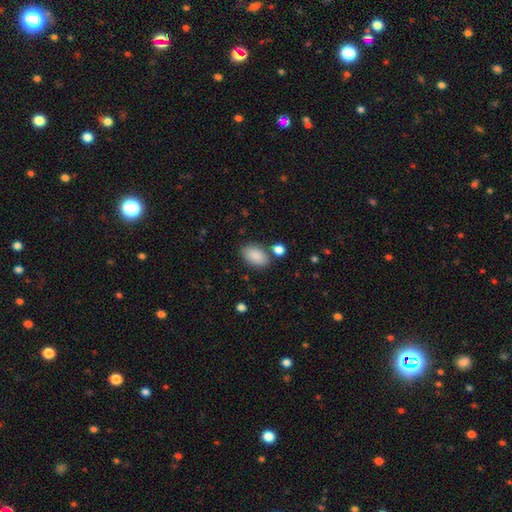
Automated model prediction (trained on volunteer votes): This appears to be a smooth galaxy with no disk features (89%) that is in between round and cigar-shaped (93%). Merging: none (77%).